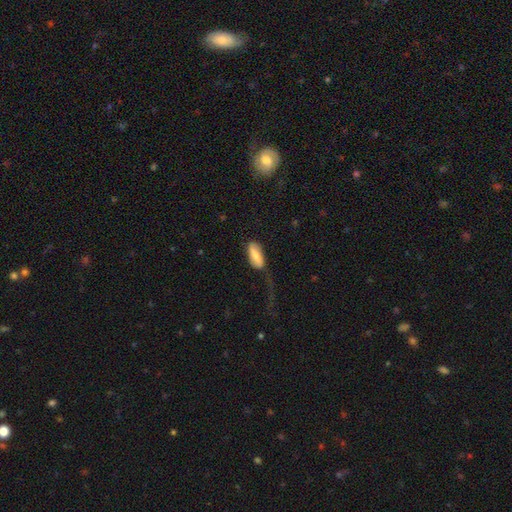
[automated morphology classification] Overall: smooth (67%; featured or disk 27%). How rounded: in between (80%). Merging: none (41%; major disturbance 30%).